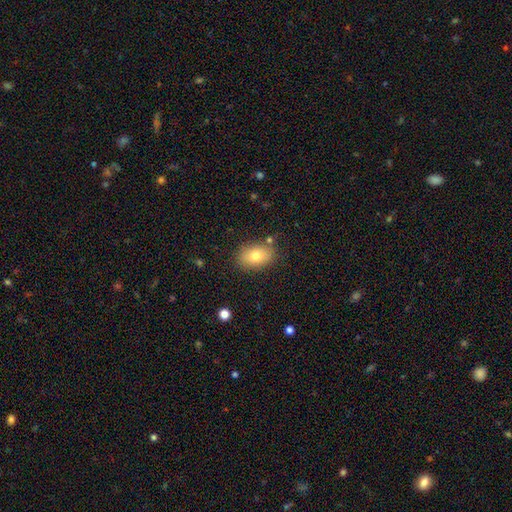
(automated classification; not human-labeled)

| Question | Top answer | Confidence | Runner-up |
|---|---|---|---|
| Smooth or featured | smooth | 76% | featured or disk (15%) |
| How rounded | in between | 82% | round (16%) |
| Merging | none | 82% | minor disturbance (12%) |